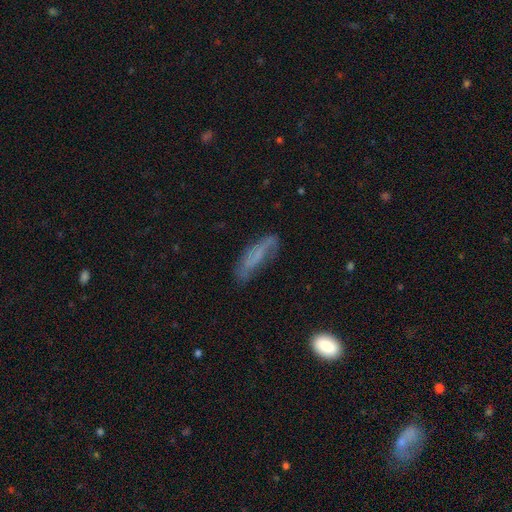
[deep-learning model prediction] smooth 46%, featured or disk 43%, star or artifact 11%. Down the decision tree: merging — none (56%).